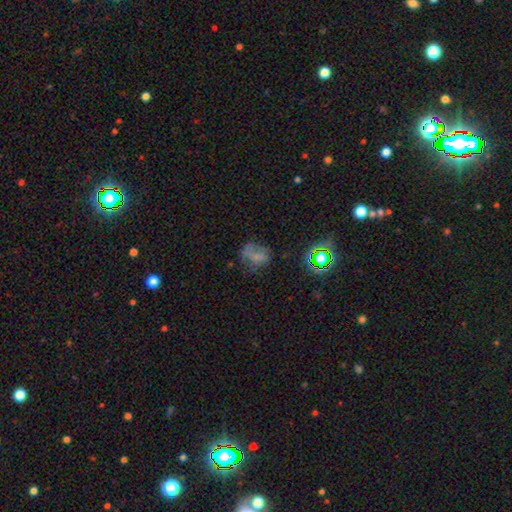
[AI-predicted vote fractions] This is possibly a smooth galaxy (48%). Merging: marginally none (39%).